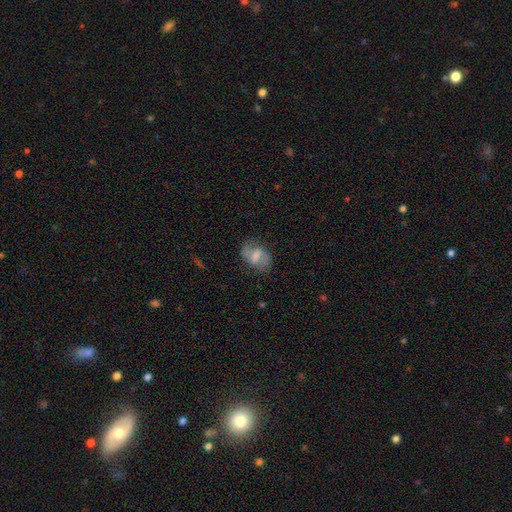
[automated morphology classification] Q: Smooth or featured?
A: featured or disk (63%); runner-up: smooth (29%)
Q: Edge-on disk?
A: no (97%); runner-up: yes (3%)
Q: Bar?
A: weak (48%); runner-up: strong (36%)
Q: Spiral arms?
A: yes (84%); runner-up: no (16%)
Q: Spiral winding?
A: medium (47%); runner-up: loose (37%)
Q: Spiral arm count?
A: 2 (87%); runner-up: can't tell (7%)
Q: Bulge size?
A: none (32%); runner-up: moderate (29%)
Q: Merging?
A: none (73%); runner-up: minor disturbance (18%)